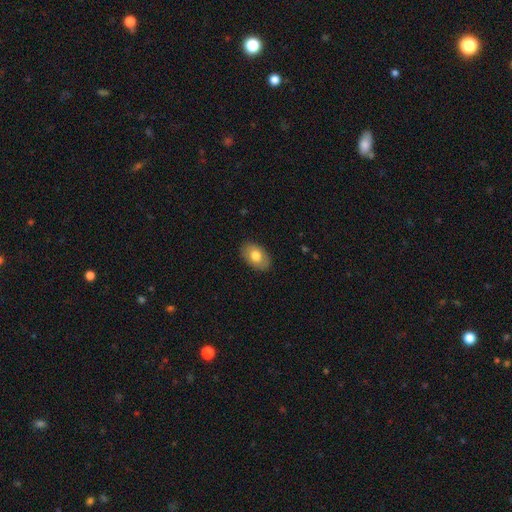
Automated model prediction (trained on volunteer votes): A smooth galaxy with no disk features (74%) that is in between round and cigar-shaped (88%). Merging: none (86%).